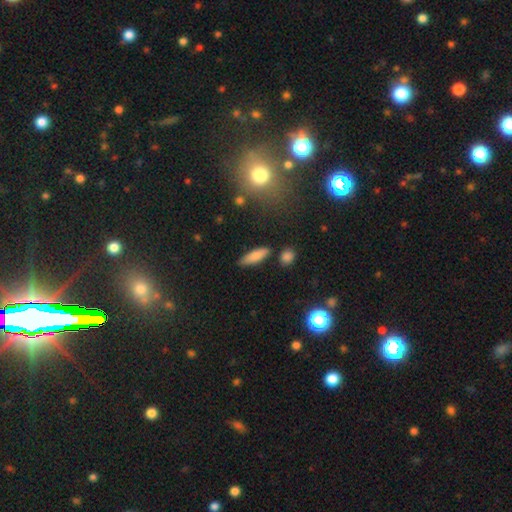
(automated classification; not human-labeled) smooth 82%, featured or disk 11%, star or artifact 7%. Down the decision tree: how rounded — cigar-shaped (49%); merging — none (80%).